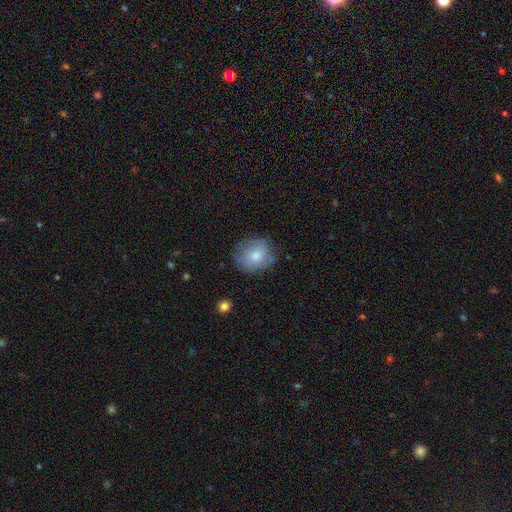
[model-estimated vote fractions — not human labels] Smooth or featured? Predicted: smooth (p=0.73). How rounded? Predicted: round (p=0.75). Merging? Predicted: none (p=0.71).